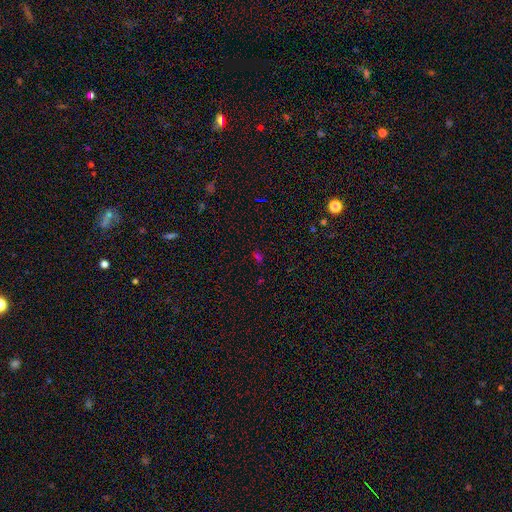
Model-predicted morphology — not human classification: This appears to be a smooth galaxy with no disk features (47%). Merging: none (70%).